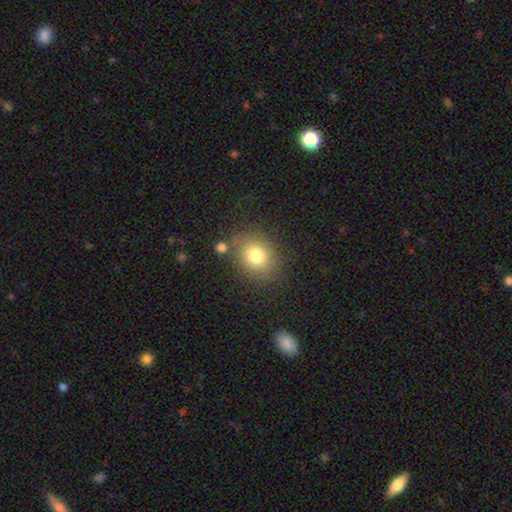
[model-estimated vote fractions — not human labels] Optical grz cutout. It shows a smooth galaxy with no disk features (78%) that is round (63%). Merging: none (76%).